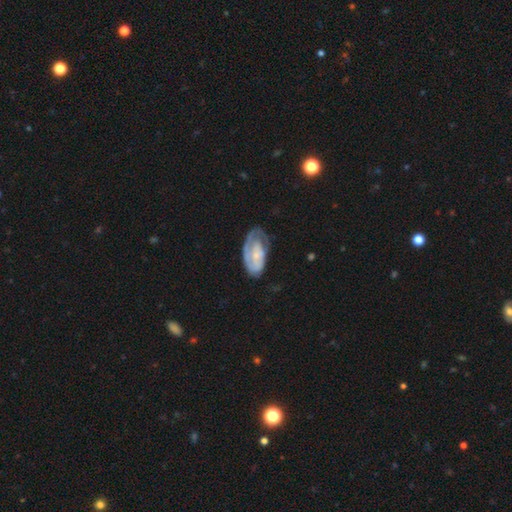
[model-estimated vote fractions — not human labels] This is likely a featured or disk galaxy (62%). It is clearly not viewed edge-on (95%). Bar: likely no (70%). Spiral arm pattern: likely yes (77%). Central bulge: possibly small (55%). Merging: possibly none (48%).